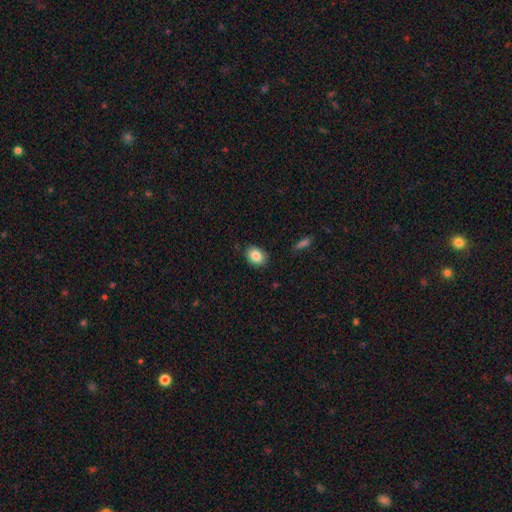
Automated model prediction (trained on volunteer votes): Smooth or featured? Predicted: smooth (p=0.85). How rounded? Predicted: in between (p=0.67). Merging? Predicted: none (p=0.86).